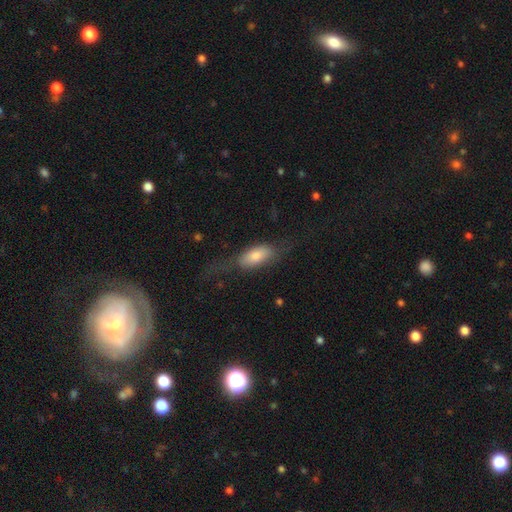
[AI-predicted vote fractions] Overall: smooth (65%; featured or disk 28%). How rounded: in between (78%). Merging: none (45%; major disturbance 29%).